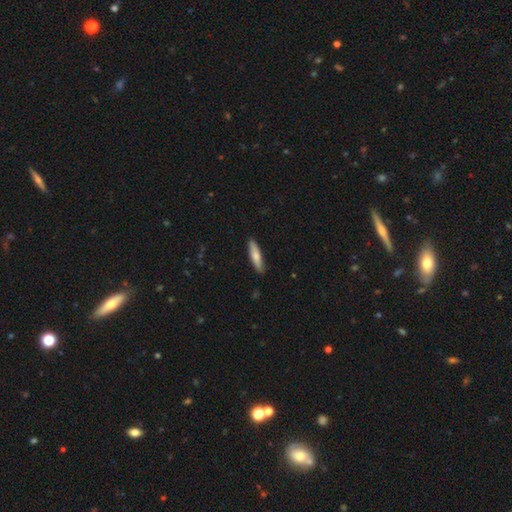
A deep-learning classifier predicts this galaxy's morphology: Smooth or featured? smooth (71%)
How rounded? cigar-shaped (80%)
Merging? none (88%)